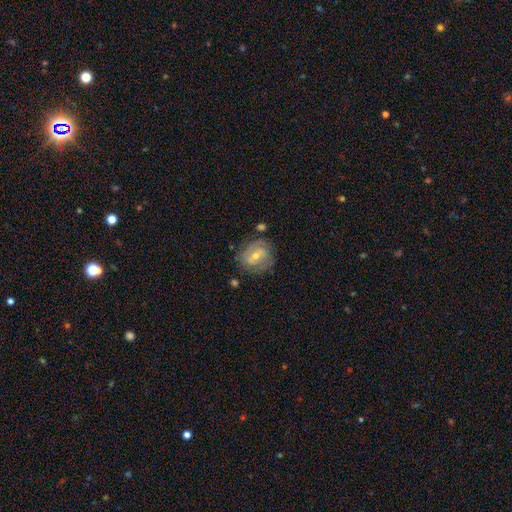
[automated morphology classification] Smooth or featured? featured or disk (60%)
Edge-on disk? no (96%)
Bar? weak (46%)
Spiral arms? yes (64%)
Bulge size? moderate (53%)
Merging? none (68%)